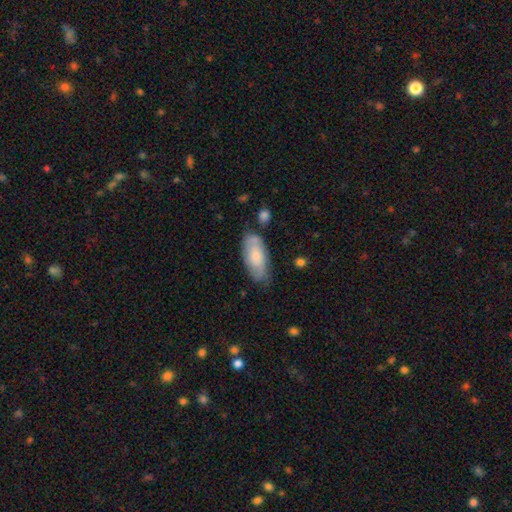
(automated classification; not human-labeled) Morphology: type=smooth (63%); roundness=in between (86%); merging=none (68%).